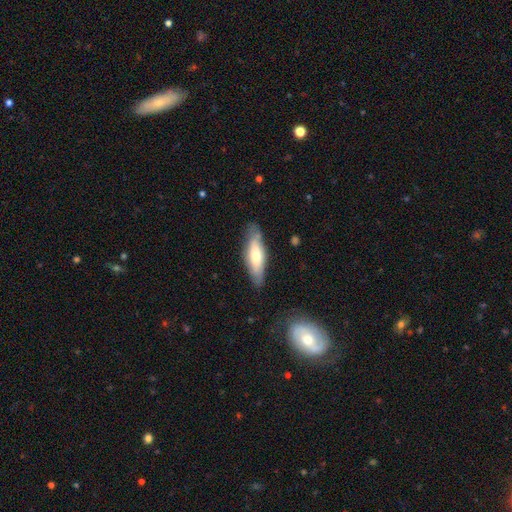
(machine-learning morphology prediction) Q: Smooth or featured?
A: smooth (58%); runner-up: featured or disk (36%)
Q: How rounded?
A: cigar-shaped (50%); runner-up: in between (48%)
Q: Merging?
A: none (77%); runner-up: minor disturbance (17%)